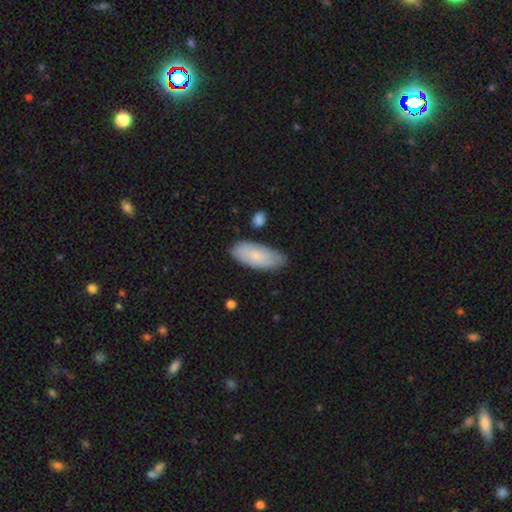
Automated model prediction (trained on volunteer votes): Smooth or featured: smooth — 78% (featured or disk — 16%)
How rounded: in between — 85% (cigar-shaped — 13%)
Merging: none — 75% (minor disturbance — 19%)